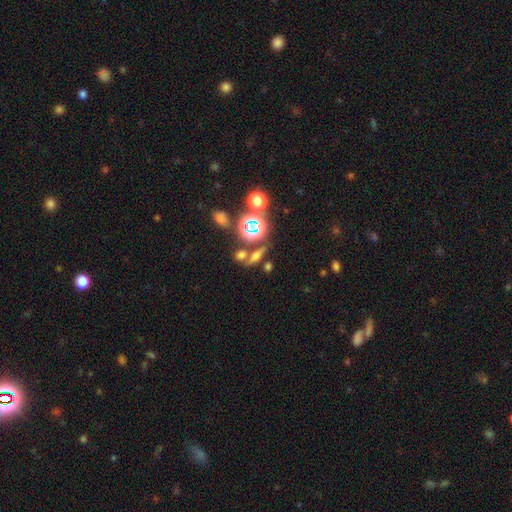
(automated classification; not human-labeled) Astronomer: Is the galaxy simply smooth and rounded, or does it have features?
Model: smooth — 39% (runner-up: star or artifact, 31%).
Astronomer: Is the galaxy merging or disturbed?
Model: none — 67%.